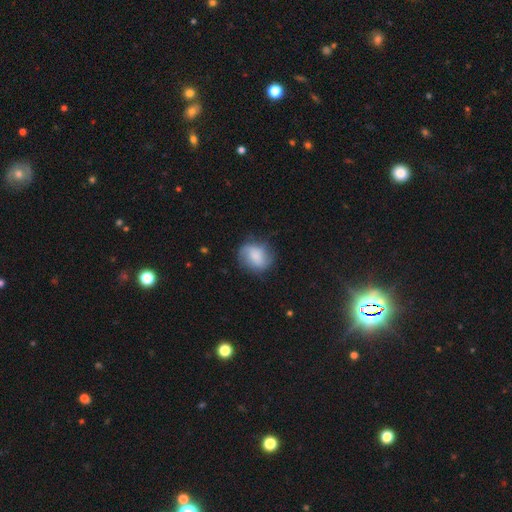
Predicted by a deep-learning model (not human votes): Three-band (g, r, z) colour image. It shows a smooth galaxy with no disk features (59%) that is round (64%). Merging: none (70%).